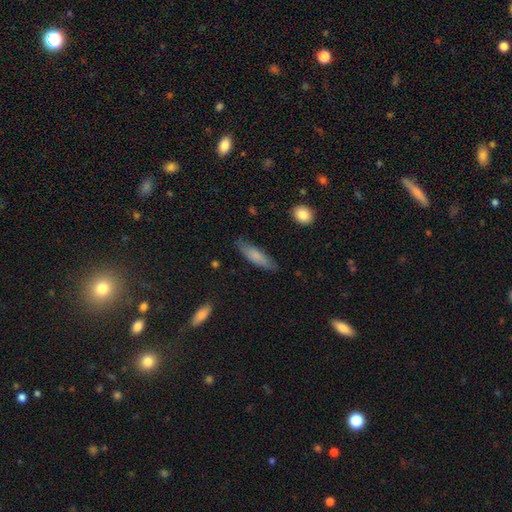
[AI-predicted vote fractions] Q: Smooth or featured?
A: smooth (76%); runner-up: featured or disk (17%)
Q: How rounded?
A: cigar-shaped (61%); runner-up: in between (37%)
Q: Merging?
A: none (79%); runner-up: minor disturbance (16%)